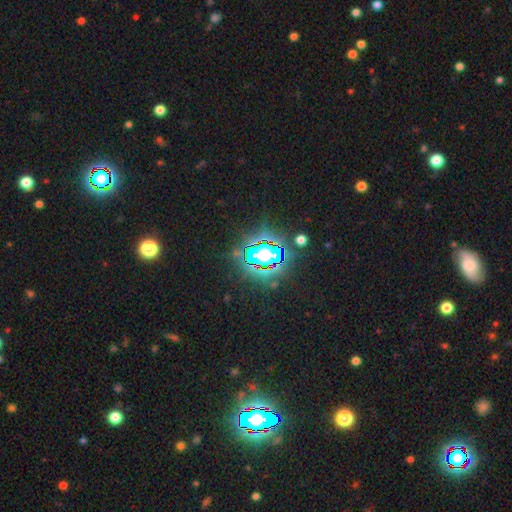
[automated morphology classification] smooth_or_featured: star or artifact (p=0.83) [alt: smooth p=0.10]